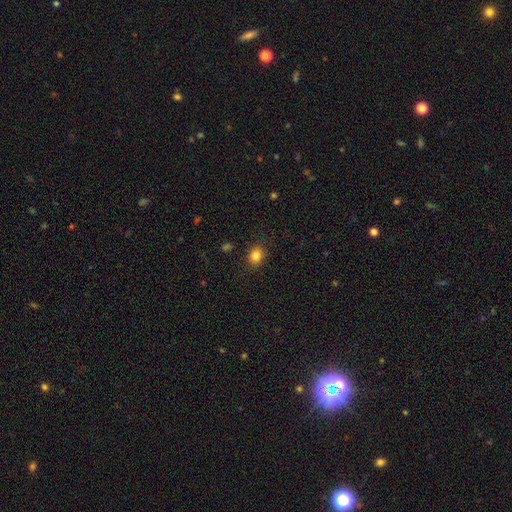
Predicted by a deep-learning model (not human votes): Smooth or featured? smooth (83%)
How rounded? round (66%)
Merging? none (87%)